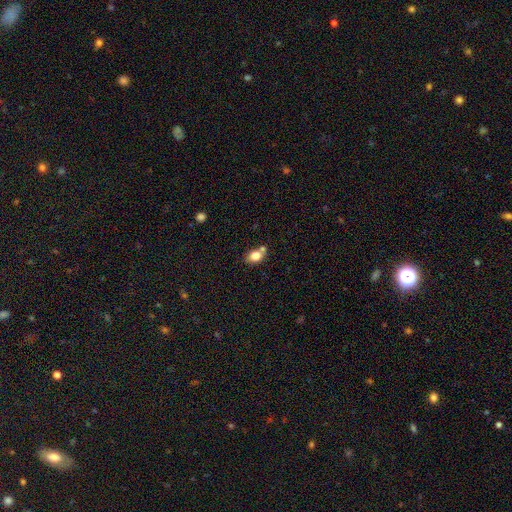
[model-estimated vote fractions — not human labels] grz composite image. It shows a smooth galaxy with no disk features (80%) that is in between round and cigar-shaped (65%). Merging: none (57%).